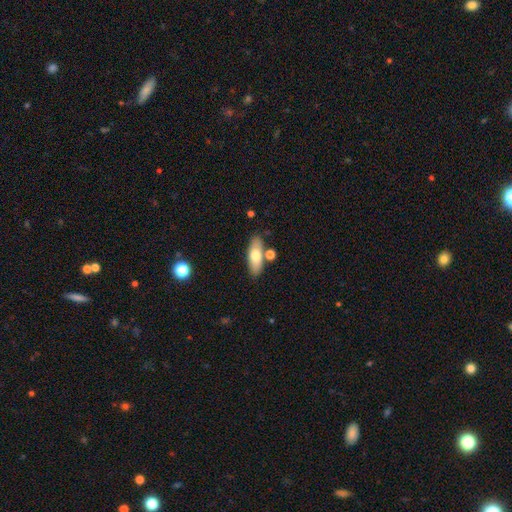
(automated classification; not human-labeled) Smooth or featured? smooth (72%)
How rounded? in between (69%)
Merging? none (76%)